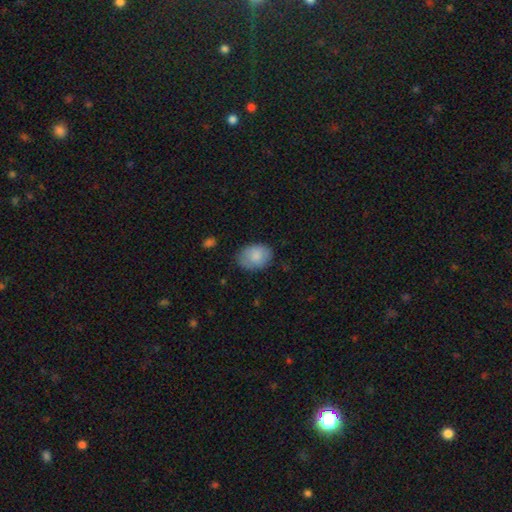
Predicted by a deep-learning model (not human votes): This is clearly a smooth galaxy (83%). How rounded: likely in between (70%). Merging: likely none (75%).